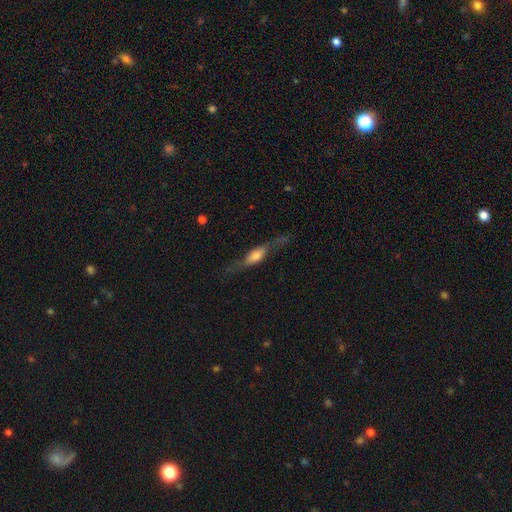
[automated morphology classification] Smooth or featured? Predicted: featured or disk (p=0.61). Edge-on disk? Predicted: yes (p=0.80). Merging? Predicted: none (p=0.66).